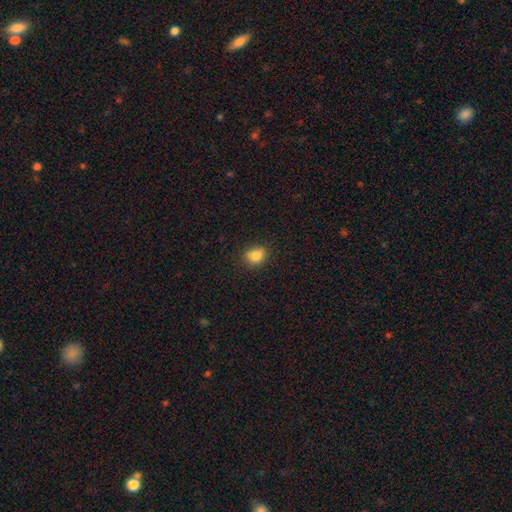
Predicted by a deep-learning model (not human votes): The model was most divided on "how rounded": round: 51%, in between: 47%, cigar-shaped: 1%. More confident: merging — none (84%); smooth or featured — smooth (83%).